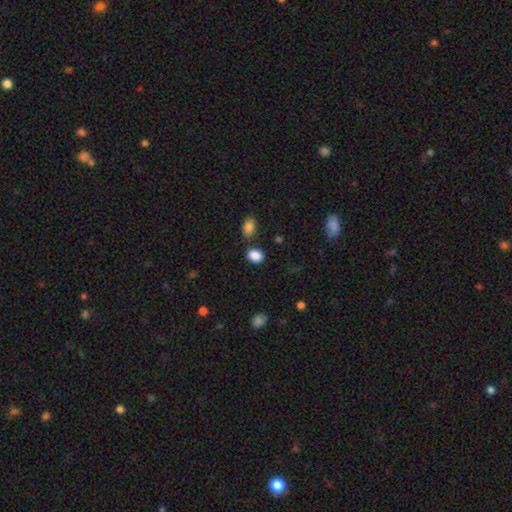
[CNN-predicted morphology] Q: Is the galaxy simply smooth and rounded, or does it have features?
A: smooth — 88%.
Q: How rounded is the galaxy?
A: in between — 62%.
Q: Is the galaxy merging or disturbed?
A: none — 79%.